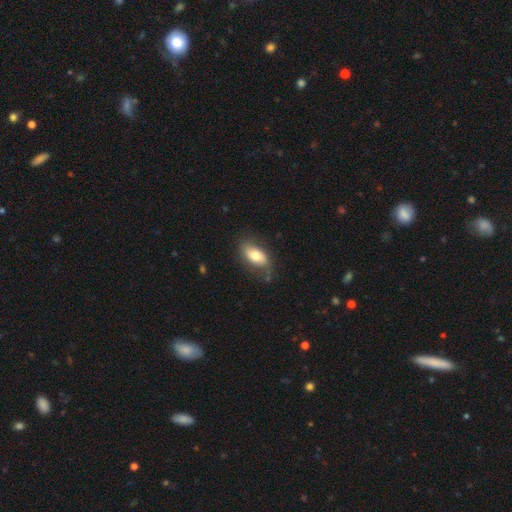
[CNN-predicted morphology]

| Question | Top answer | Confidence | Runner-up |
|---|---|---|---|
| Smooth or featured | smooth | 69% | featured or disk (24%) |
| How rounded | in between | 90% | cigar-shaped (5%) |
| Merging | none | 69% | minor disturbance (22%) |